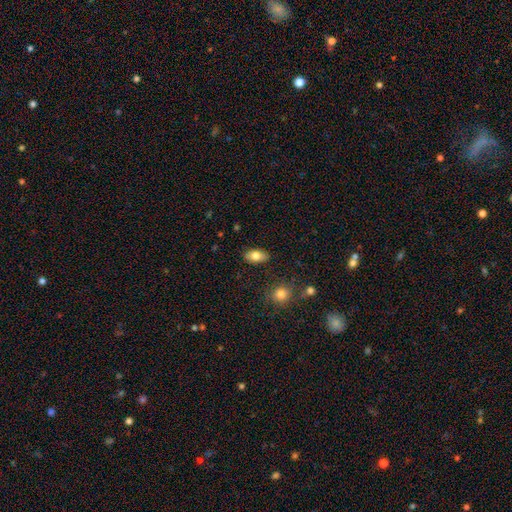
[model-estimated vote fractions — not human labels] Smooth or featured?
  - smooth: 79% *
  - featured or disk: 14%
  - star or artifact: 7%
How rounded?
  - in between: 90% *
  - cigar-shaped: 5%
  - round: 5%
Merging?
  - none: 87% *
  - minor disturbance: 9%
  - major disturbance: 2%
  - merger: 2%